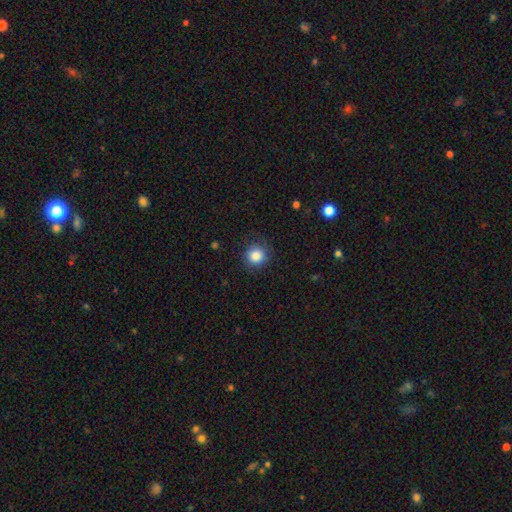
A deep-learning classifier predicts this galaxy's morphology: The model was most divided on "merging": none: 84%, minor disturbance: 11%, major disturbance: 4%, merger: 1%. More confident: how rounded — round (92%); smooth or featured — smooth (86%).